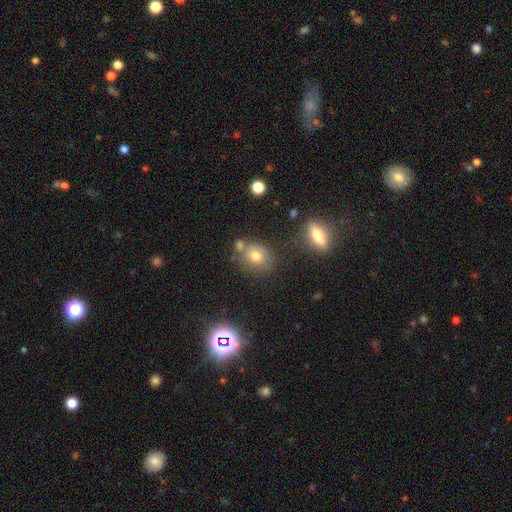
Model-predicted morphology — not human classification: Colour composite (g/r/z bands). It shows a smooth galaxy with no disk features (70%) that is round (57%). Merging: none (61%).